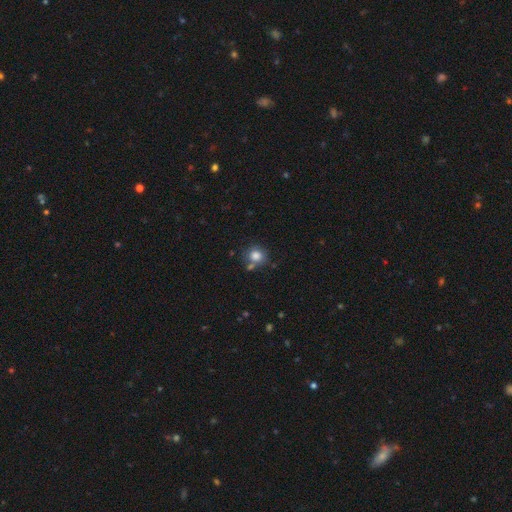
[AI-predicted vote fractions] Smooth or featured: smooth — 81% (star or artifact — 11%)
How rounded: round — 82% (in between — 17%)
Merging: none — 64% (merger — 17%)